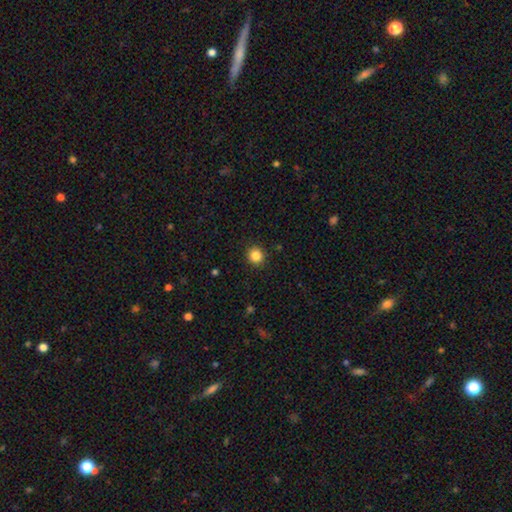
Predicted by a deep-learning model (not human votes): smooth_or_featured: smooth (p=0.85) [alt: star or artifact p=0.11]
how_rounded: round (p=0.91) [alt: in between p=0.09]
merging: none (p=0.91) [alt: minor disturbance p=0.06]